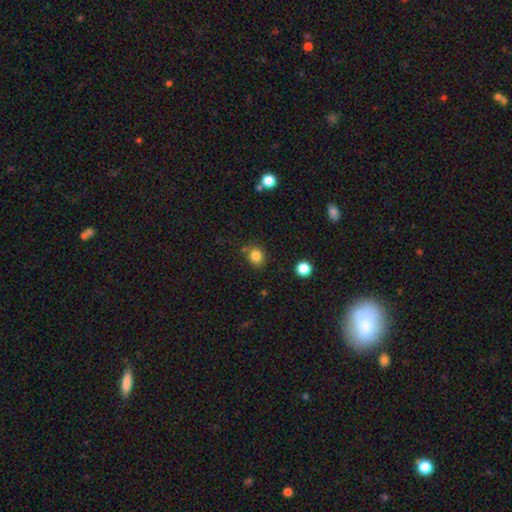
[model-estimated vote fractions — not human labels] Smooth or featured? Predicted: smooth (p=0.82). How rounded? Predicted: round (p=0.69). Merging? Predicted: none (p=0.75).